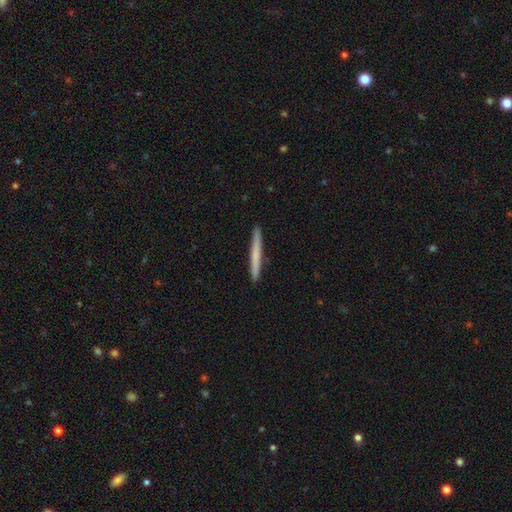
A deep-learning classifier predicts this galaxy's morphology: Q: Smooth or featured?
A: smooth (65%); runner-up: featured or disk (29%)
Q: How rounded?
A: cigar-shaped (97%); runner-up: in between (2%)
Q: Merging?
A: none (92%); runner-up: minor disturbance (5%)